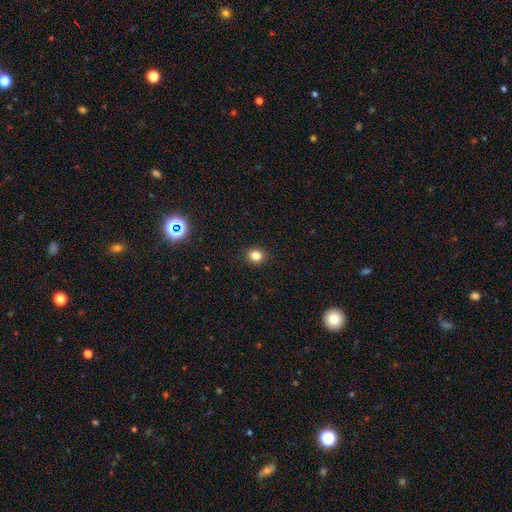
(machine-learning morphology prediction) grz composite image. It shows a smooth galaxy with no disk features (82%) that is round (84%). Merging: none (92%).